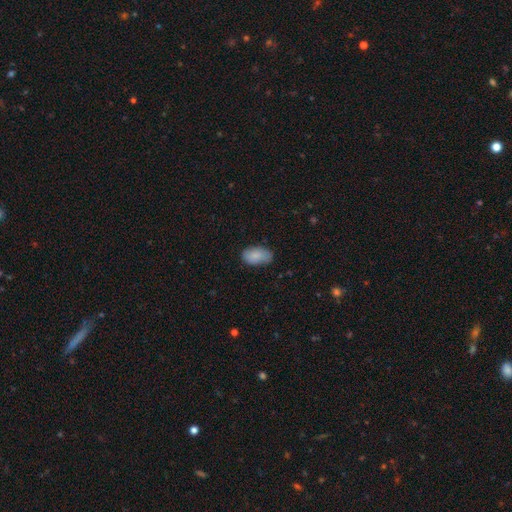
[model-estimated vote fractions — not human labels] Q: Smooth or featured?
A: smooth (86%); runner-up: featured or disk (7%)
Q: How rounded?
A: in between (94%); runner-up: round (4%)
Q: Merging?
A: none (75%); runner-up: minor disturbance (20%)